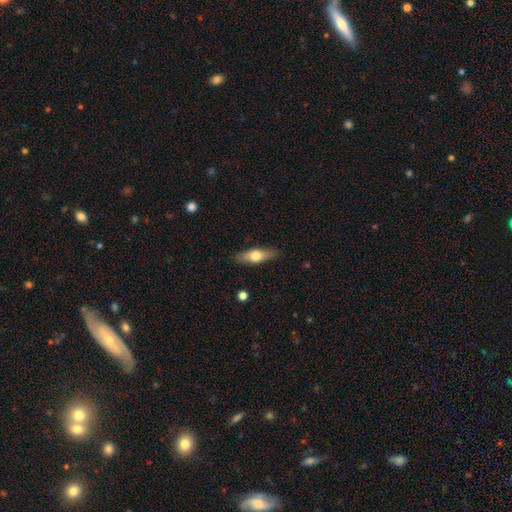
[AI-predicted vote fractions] Smooth or featured? smooth (58%)
How rounded? in between (56%)
Merging? none (86%)